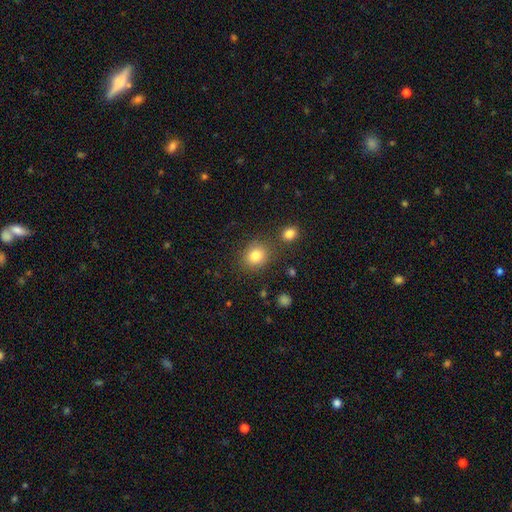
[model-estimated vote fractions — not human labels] smooth_or_featured: smooth (p=0.82) [alt: star or artifact p=0.11]
how_rounded: round (p=0.74) [alt: in between p=0.25]
merging: none (p=0.81) [alt: minor disturbance p=0.09]